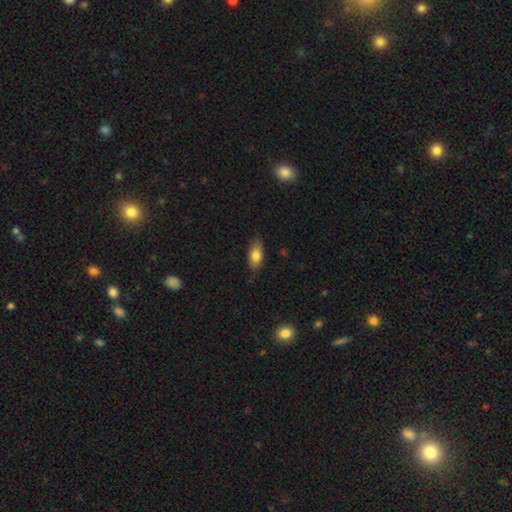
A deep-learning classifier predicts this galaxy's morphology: Overall: smooth (79%). How rounded: in between (86%). Merging: none (78%).